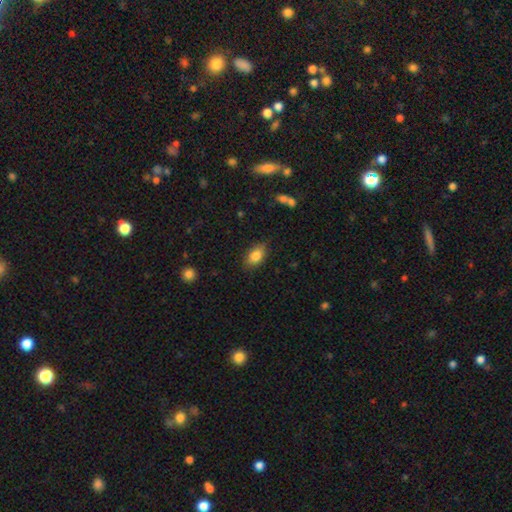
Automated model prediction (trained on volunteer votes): A smooth galaxy with no disk features (83%) that is in between round and cigar-shaped (88%).

Vote fractions:
- Smooth or featured? smooth: 83% / featured or disk: 10% / star or artifact: 8%
- How rounded? in between: 88% / round: 8% / cigar-shaped: 4%
- Merging? none: 82% / minor disturbance: 14% / major disturbance: 3% / merger: 1%